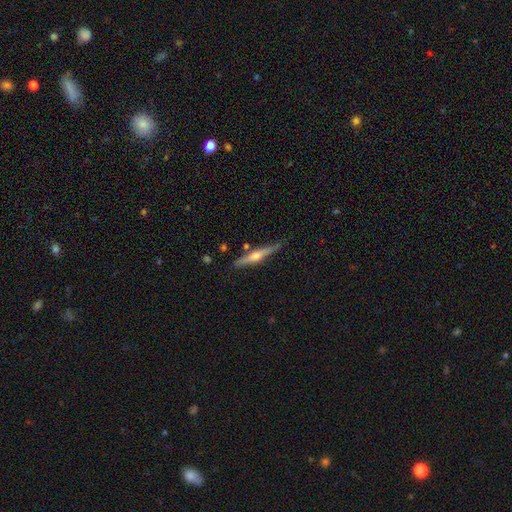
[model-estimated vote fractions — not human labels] featured or disk 70%, smooth 24%, star or artifact 6%. Down the decision tree: edge-on disk — yes (97%); edge-on bulge — rounded (88%); merging — none (83%).